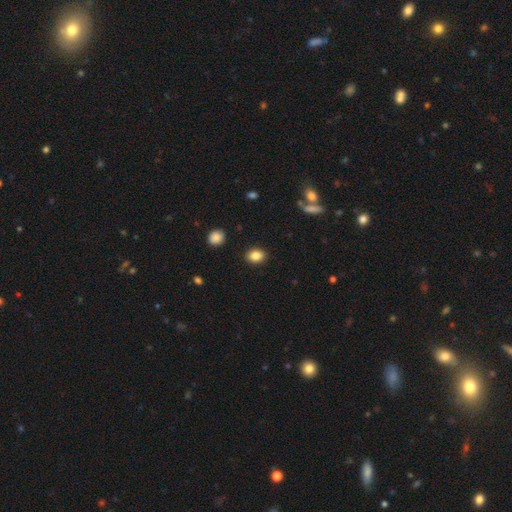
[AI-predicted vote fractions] This is clearly a smooth galaxy (85%). How rounded: likely in between (61%). Merging: clearly none (90%).